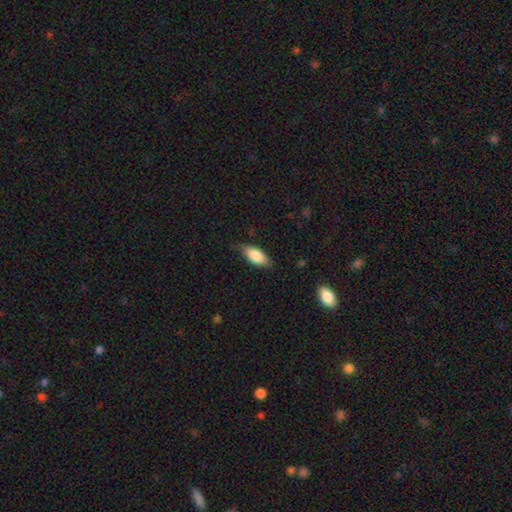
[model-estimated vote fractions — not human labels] Overall: smooth (83%). How rounded: in between (85%). Merging: none (74%).